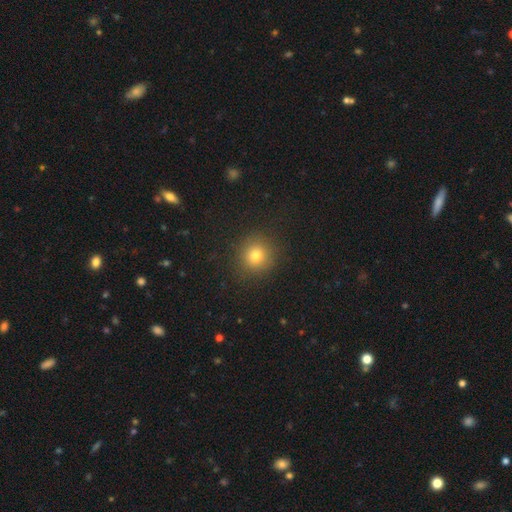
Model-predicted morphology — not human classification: smooth-or-featured: smooth: 77% | star or artifact: 15% | featured or disk: 8%
  how-rounded: round: 91% | in between: 8% | cigar-shaped: 1%
  merging: none: 89% | minor disturbance: 7% | major disturbance: 3% | merger: 1%